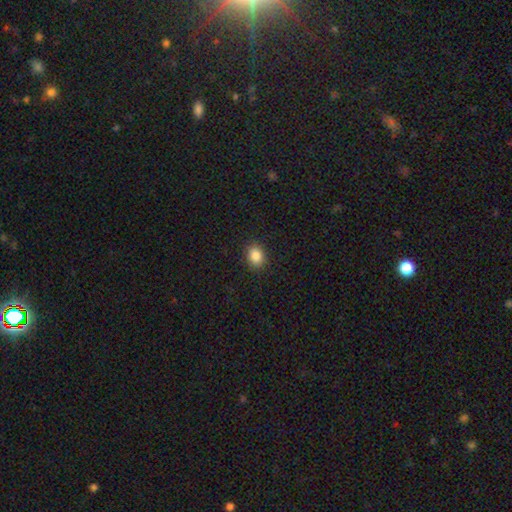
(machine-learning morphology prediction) type=smooth (86%); roundness=in between (62%); merging=none (90%).